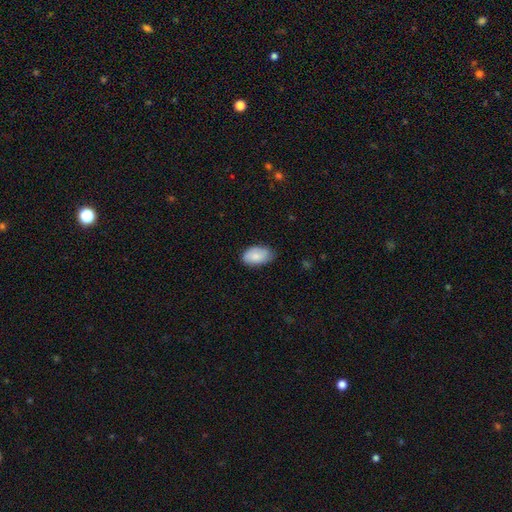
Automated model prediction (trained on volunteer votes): Q: Smooth or featured?
A: smooth (81%); runner-up: featured or disk (13%)
Q: How rounded?
A: in between (93%); runner-up: round (5%)
Q: Merging?
A: none (70%); runner-up: minor disturbance (25%)